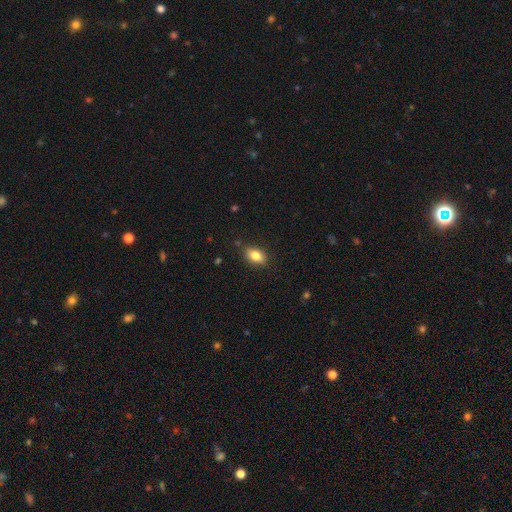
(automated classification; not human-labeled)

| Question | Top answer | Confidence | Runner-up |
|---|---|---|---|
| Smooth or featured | smooth | 81% | featured or disk (10%) |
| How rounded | in between | 85% | round (13%) |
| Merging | none | 84% | minor disturbance (12%) |